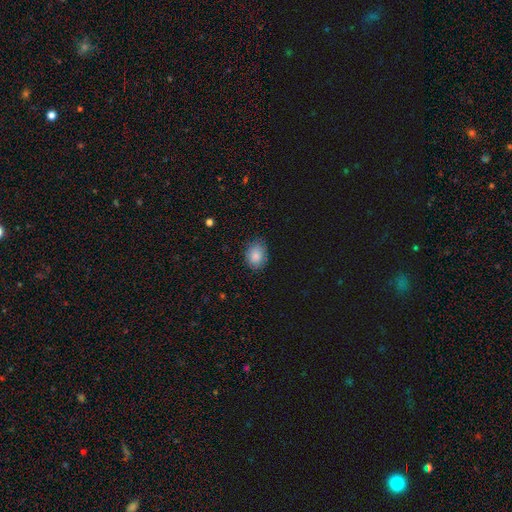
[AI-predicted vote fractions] Smooth or featured?
  - smooth: 83% *
  - featured or disk: 8%
  - star or artifact: 8%
How rounded?
  - in between: 67% *
  - round: 32%
  - cigar-shaped: 1%
Merging?
  - none: 80% *
  - minor disturbance: 16%
  - major disturbance: 3%
  - merger: 1%